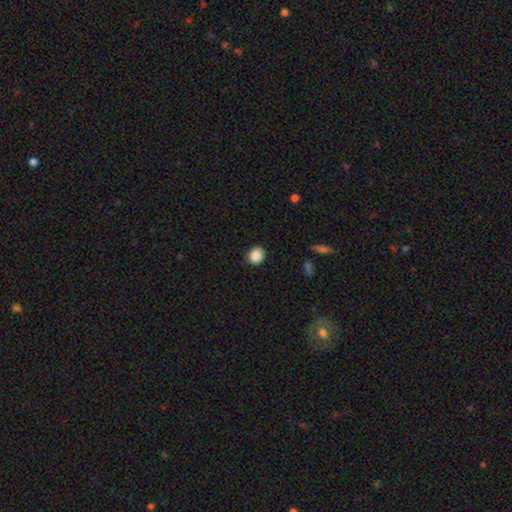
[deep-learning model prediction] This appears to be a smooth galaxy with no disk features (88%) that is round (65%). Merging: none (87%).